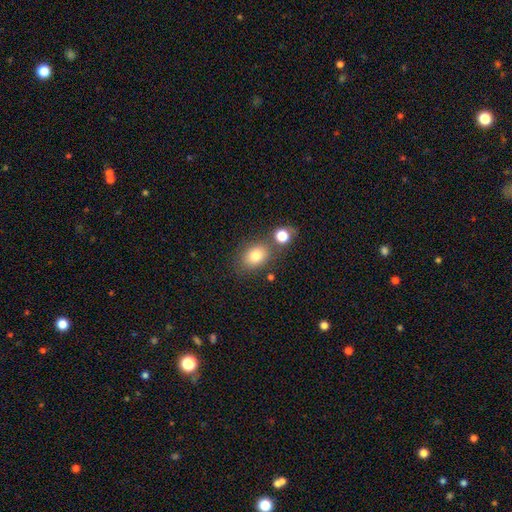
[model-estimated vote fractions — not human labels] smooth_or_featured: smooth (p=0.80) [alt: star or artifact p=0.11]
how_rounded: in between (p=0.67) [alt: round p=0.31]
merging: none (p=0.69) [alt: merger p=0.13]